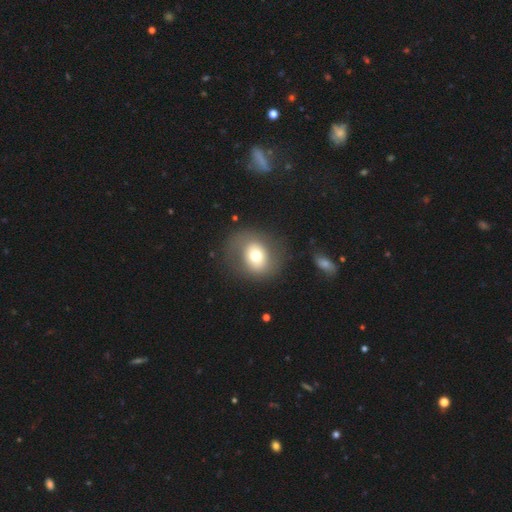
Smooth or featured? 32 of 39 (82%) said smooth. How rounded? 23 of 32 (72%) said round. Merging? 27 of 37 (73%) said none.